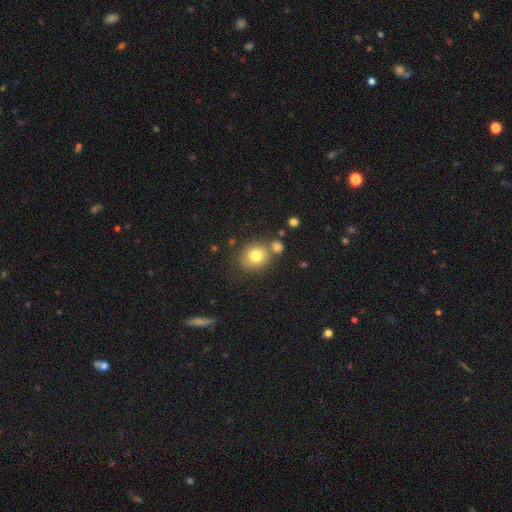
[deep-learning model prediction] Smooth or featured? smooth (78%)
How rounded? round (74%)
Merging? none (65%)